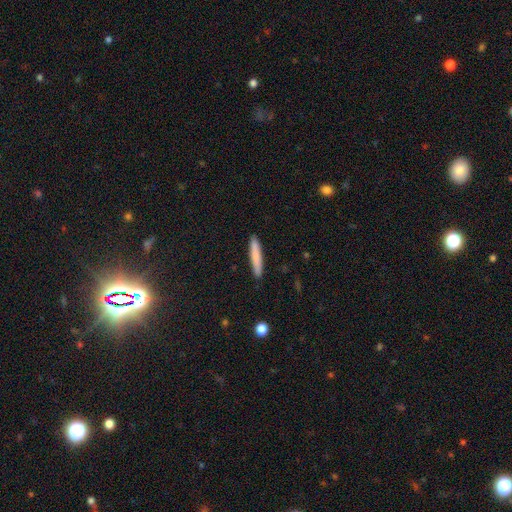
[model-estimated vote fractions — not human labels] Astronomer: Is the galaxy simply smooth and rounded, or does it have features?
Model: smooth — 78%.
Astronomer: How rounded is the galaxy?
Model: cigar-shaped — 93%.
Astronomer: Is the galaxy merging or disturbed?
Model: none — 90%.